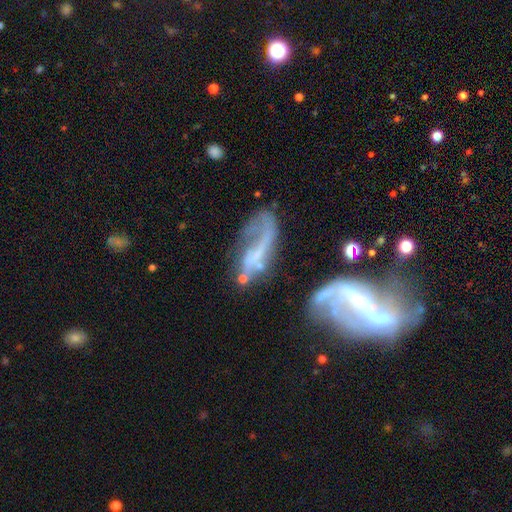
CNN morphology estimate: This appears to be a featured or disk galaxy (68%) with no bar (42%), spiral arms (64%) and no central bulge (58%). Merging: major disturbance (34%).